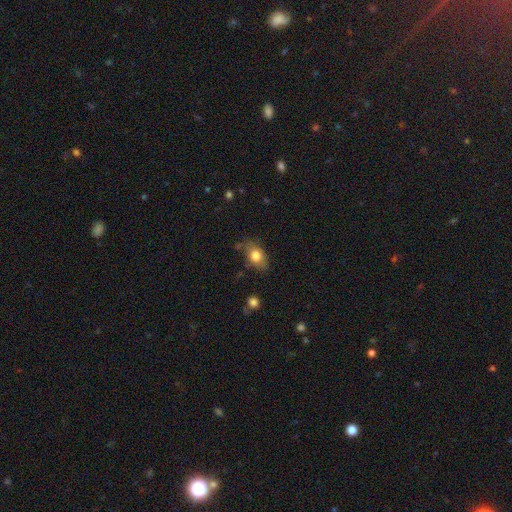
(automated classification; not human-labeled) A smooth galaxy with no disk features (78%) that is in between round and cigar-shaped (81%). Merging: none (67%).